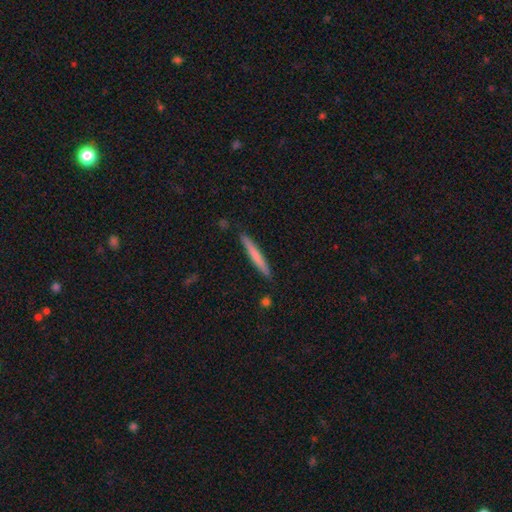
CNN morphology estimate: This appears to be a smooth galaxy with no disk features (66%) that is cigar-shaped (96%). Merging: none (89%).